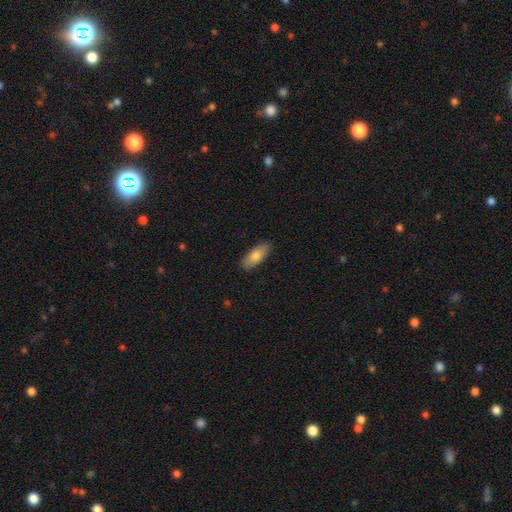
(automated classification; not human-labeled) Morphology: type=smooth (80%); roundness=in between (80%); merging=none (88%).